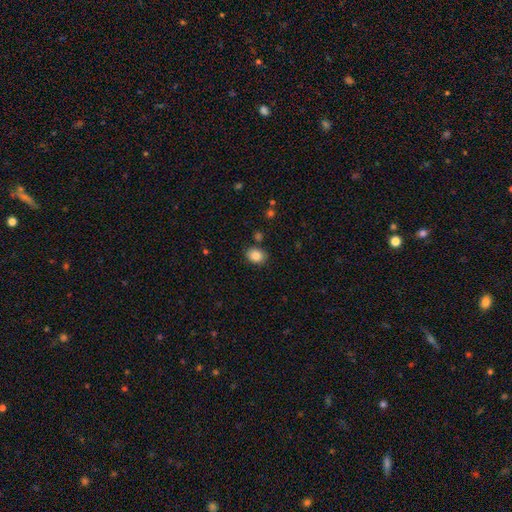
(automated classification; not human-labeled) smooth_or_featured: smooth (p=0.86) [alt: star or artifact p=0.09]
how_rounded: in between (p=0.58) [alt: round p=0.42]
merging: none (p=0.83) [alt: minor disturbance p=0.11]